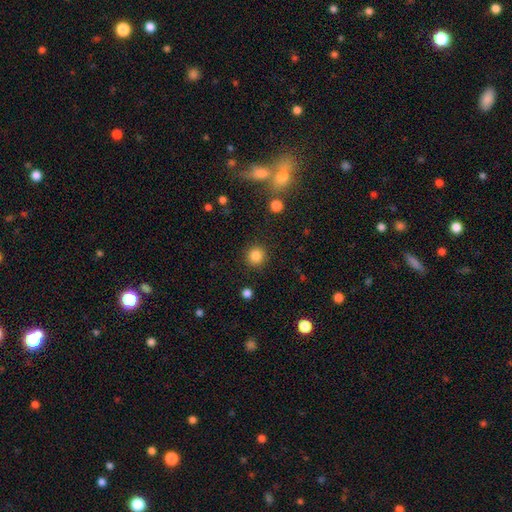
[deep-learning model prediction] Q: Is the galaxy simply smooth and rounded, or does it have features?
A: smooth — 84%.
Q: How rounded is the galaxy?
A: round — 94%.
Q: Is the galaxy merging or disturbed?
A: none — 91%.